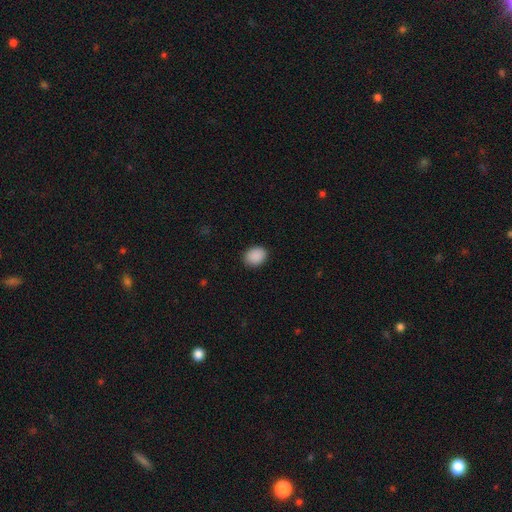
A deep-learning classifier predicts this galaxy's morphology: Smooth or featured?
  - smooth: 90% *
  - star or artifact: 8%
  - featured or disk: 2%
How rounded?
  - in between: 52% *
  - round: 47%
  - cigar-shaped: 1%
Merging?
  - none: 90% *
  - minor disturbance: 7%
  - major disturbance: 2%
  - merger: 1%